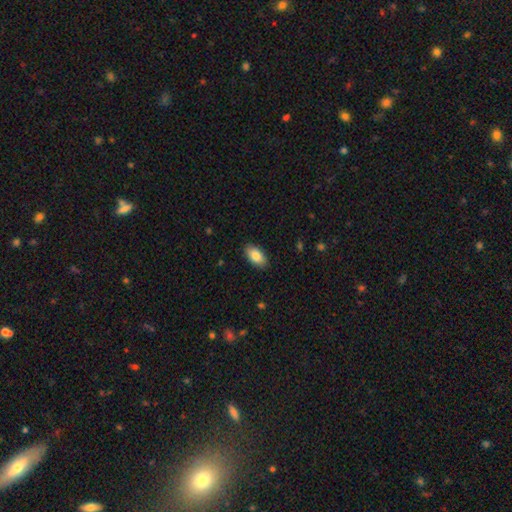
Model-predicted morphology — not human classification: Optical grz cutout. It shows a smooth galaxy with no disk features (85%) that is in between round and cigar-shaped (94%). Merging: none (89%).